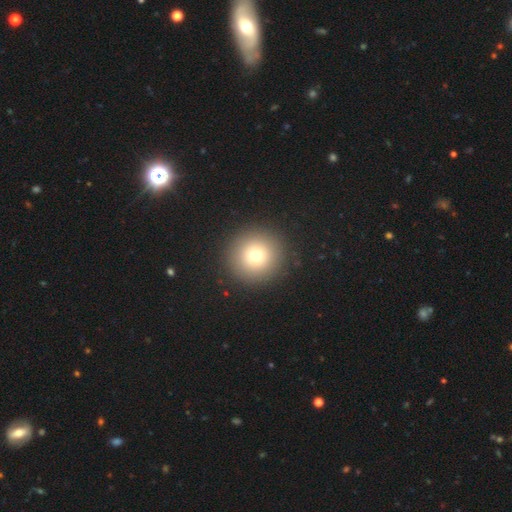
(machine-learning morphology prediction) Q: Smooth or featured?
A: smooth (75%); runner-up: star or artifact (14%)
Q: How rounded?
A: round (95%); runner-up: in between (4%)
Q: Merging?
A: none (92%); runner-up: minor disturbance (5%)